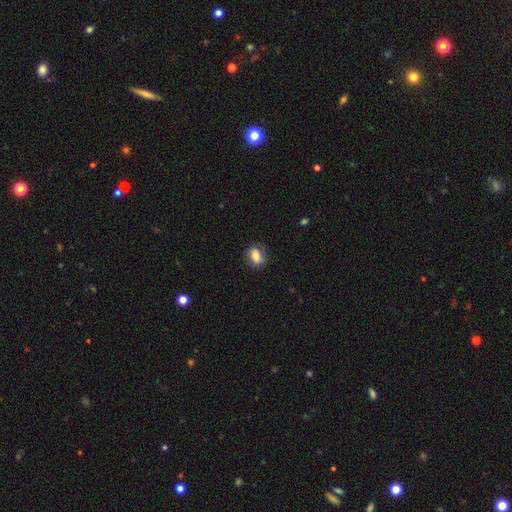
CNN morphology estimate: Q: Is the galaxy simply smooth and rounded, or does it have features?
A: smooth — 73%.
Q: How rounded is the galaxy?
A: in between — 75%.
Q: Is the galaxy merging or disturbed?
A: none — 77%.